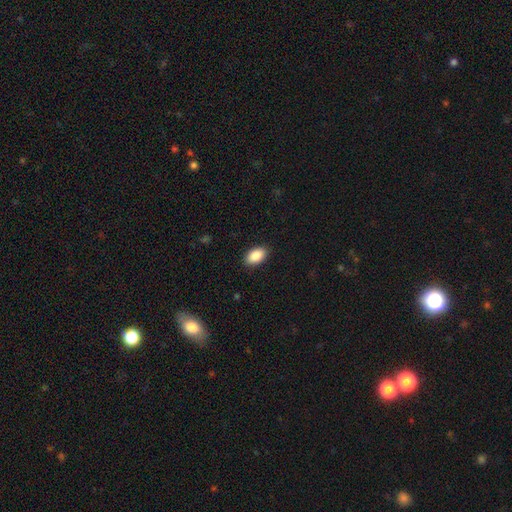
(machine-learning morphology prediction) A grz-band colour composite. It shows a smooth galaxy with no disk features (88%) that is in between round and cigar-shaped (93%). Merging: none (89%).